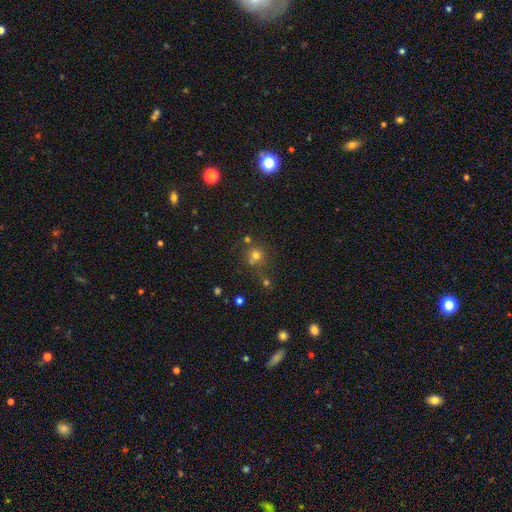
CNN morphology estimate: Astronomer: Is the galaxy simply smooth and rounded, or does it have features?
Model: smooth — 69%.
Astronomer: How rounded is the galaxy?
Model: round — 88%.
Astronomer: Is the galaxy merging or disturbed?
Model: none — 62%.